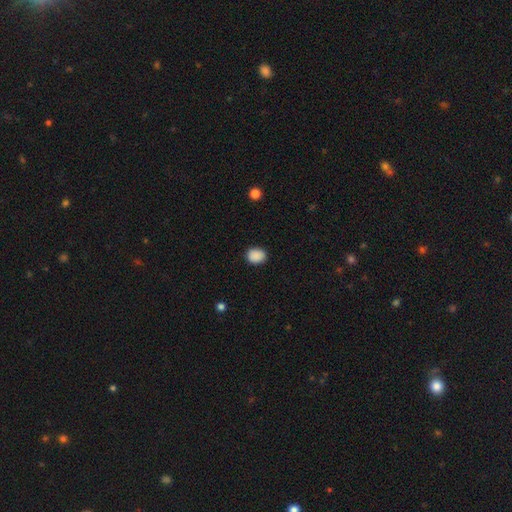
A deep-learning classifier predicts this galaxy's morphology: This appears to be a smooth galaxy with no disk features (89%) that is round (50%, tied with in between). Merging: none (87%).